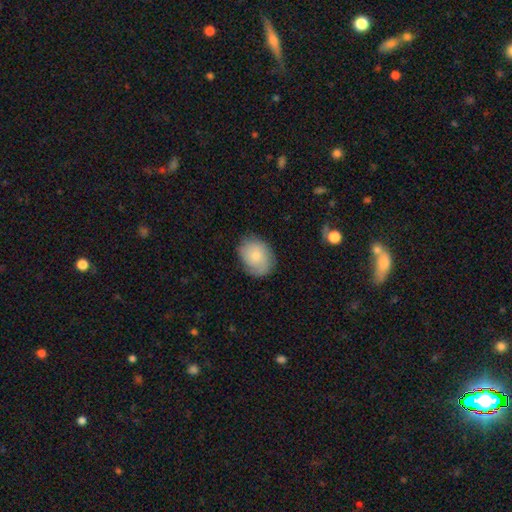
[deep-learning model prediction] smooth_or_featured: smooth (p=0.70) [alt: featured or disk p=0.24]
how_rounded: in between (p=0.62) [alt: round p=0.37]
merging: none (p=0.75) [alt: minor disturbance p=0.19]